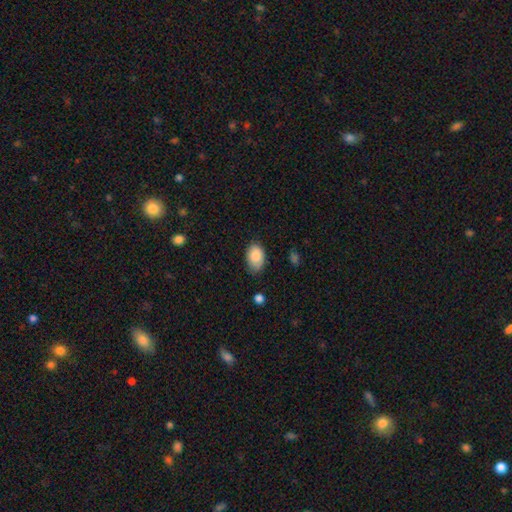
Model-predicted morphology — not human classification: smooth 86%, featured or disk 7%, star or artifact 7%. Down the decision tree: how rounded — in between (89%); merging — none (69%).